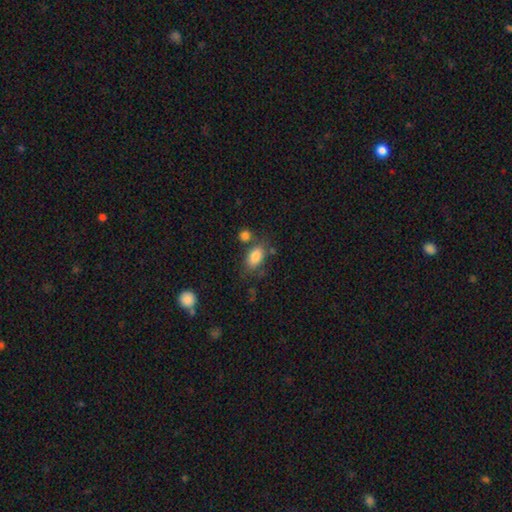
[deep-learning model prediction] Morphology: type=smooth (84%); roundness=in between (88%); merging=none (63%).